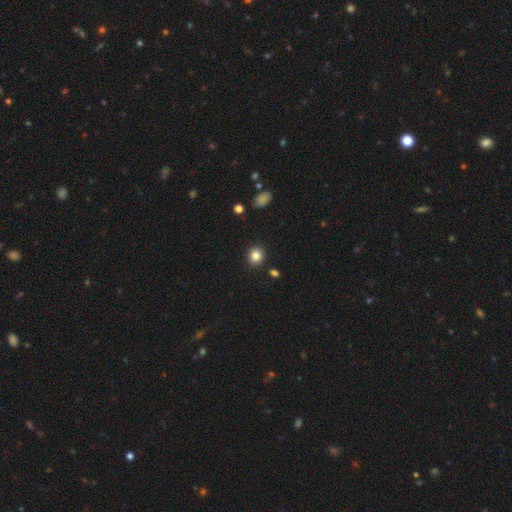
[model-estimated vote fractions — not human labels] Smooth or featured: smooth — 85% (star or artifact — 10%)
How rounded: round — 77% (in between — 22%)
Merging: none — 89% (minor disturbance — 6%)